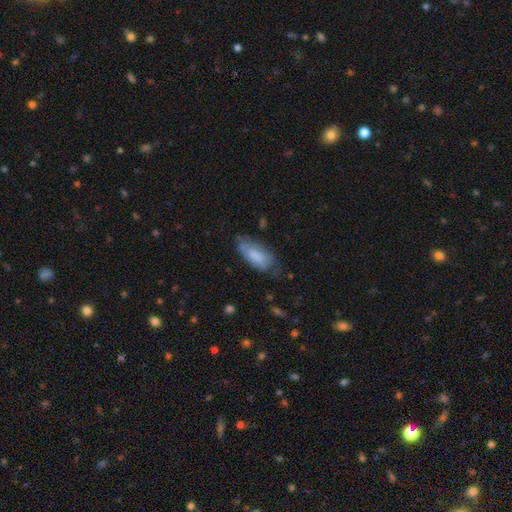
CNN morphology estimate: Q: Smooth or featured?
A: smooth (75%); runner-up: featured or disk (18%)
Q: How rounded?
A: in between (83%); runner-up: cigar-shaped (15%)
Q: Merging?
A: none (59%); runner-up: minor disturbance (29%)